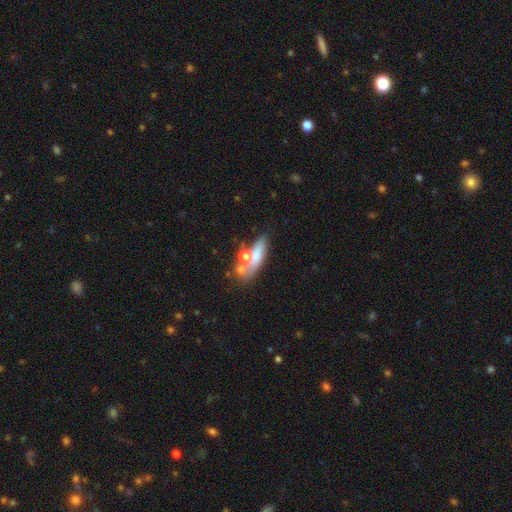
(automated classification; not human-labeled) The model was most divided on "merging": none: 39%, merger: 33%, minor disturbance: 16%, major disturbance: 13%. More confident: smooth or featured — smooth (58%); how rounded — in between (57%).